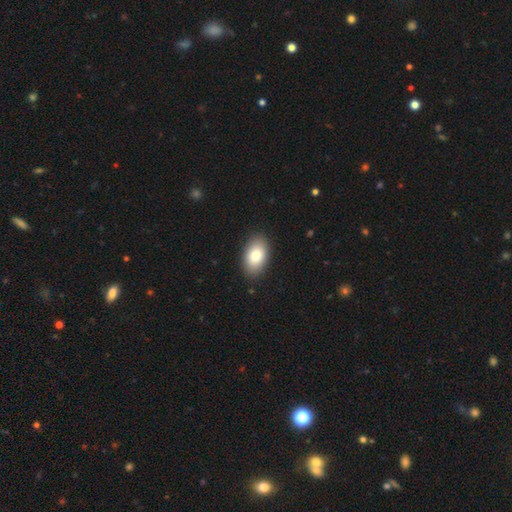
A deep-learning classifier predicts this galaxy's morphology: This appears to be a smooth galaxy with no disk features (84%) that is in between round and cigar-shaped (93%). Merging: none (87%).